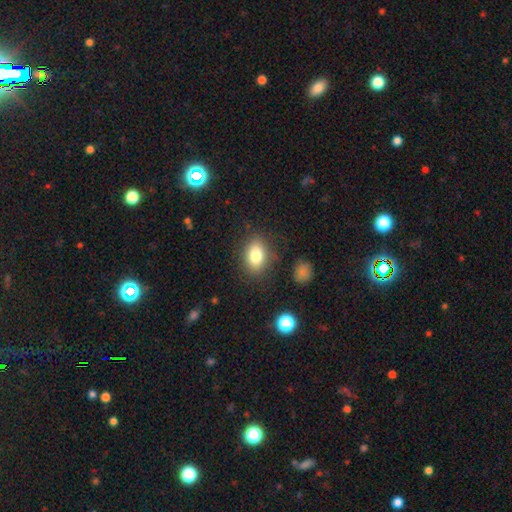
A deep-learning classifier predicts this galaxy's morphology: The model was most divided on "how rounded": in between: 78%, round: 21%, cigar-shaped: 2%. More confident: merging — none (81%); smooth or featured — smooth (80%).